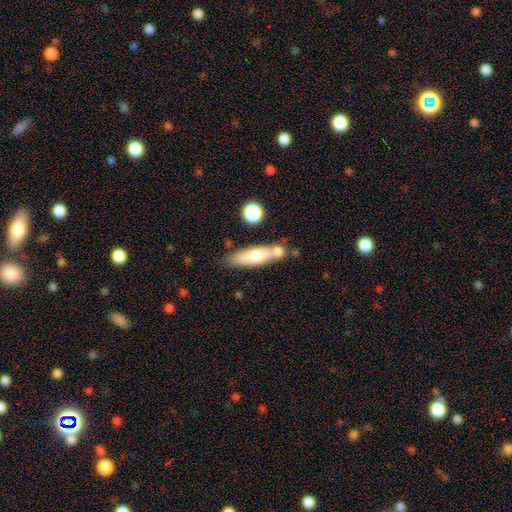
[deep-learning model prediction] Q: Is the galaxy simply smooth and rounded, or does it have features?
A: smooth — 65%.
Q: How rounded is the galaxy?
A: cigar-shaped — 63%.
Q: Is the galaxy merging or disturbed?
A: none — 60%.